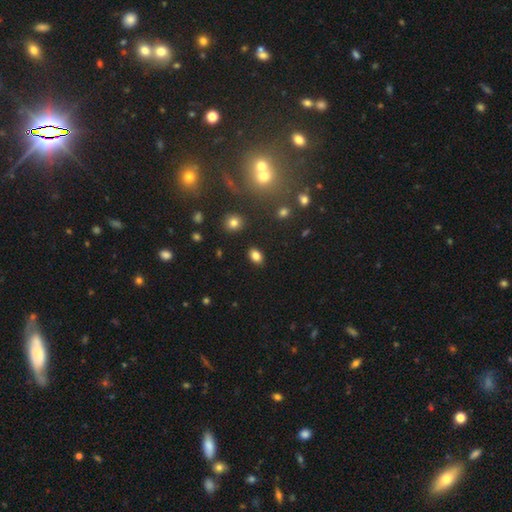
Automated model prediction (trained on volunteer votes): Smooth or featured? Predicted: smooth (p=0.83). How rounded? Predicted: in between (p=0.80). Merging? Predicted: none (p=0.86).